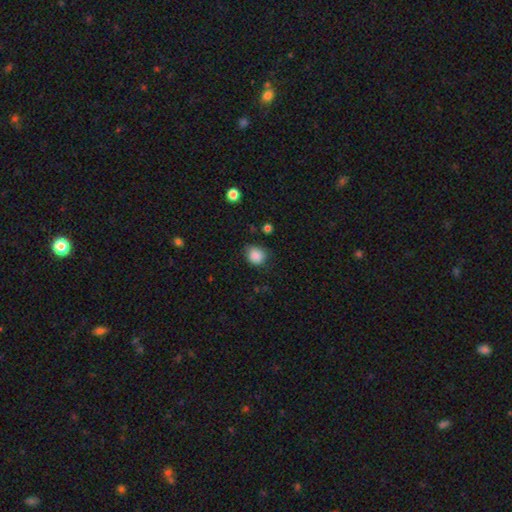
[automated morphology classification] A smooth galaxy with no disk features (86%) that is round (79%). Merging: none (72%).